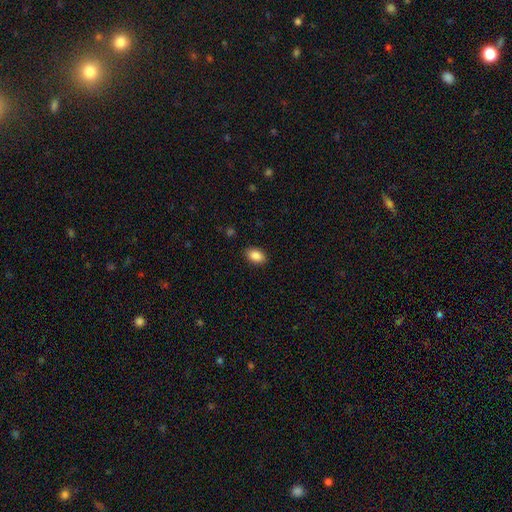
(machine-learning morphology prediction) The model was most divided on "how rounded": in between: 87%, round: 11%, cigar-shaped: 1%. More confident: merging — none (89%); smooth or featured — smooth (88%).